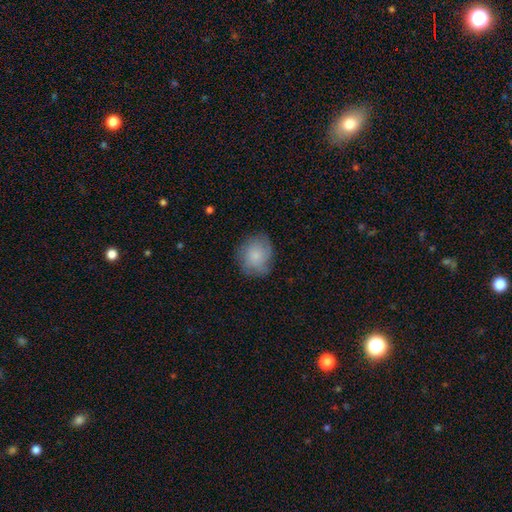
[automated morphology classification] A smooth galaxy with no disk features (73%) that is round (73%). Merging: none (74%).